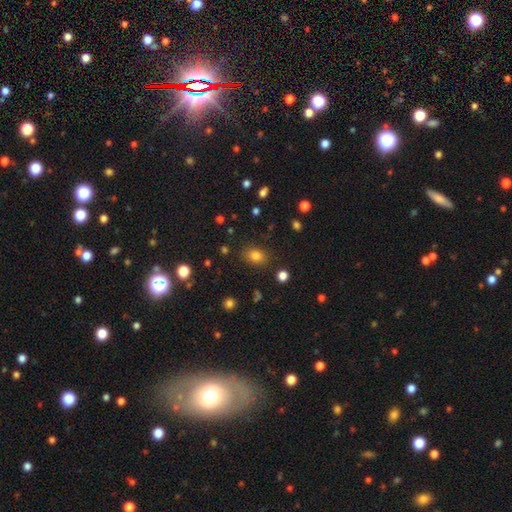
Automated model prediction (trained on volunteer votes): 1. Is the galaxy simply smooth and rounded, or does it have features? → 81% smooth, 13% star or artifact, 6% featured or disk.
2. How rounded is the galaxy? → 67% in between, 32% round, 1% cigar-shaped.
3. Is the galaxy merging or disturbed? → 83% none, 11% minor disturbance, 4% major disturbance, 2% merger.